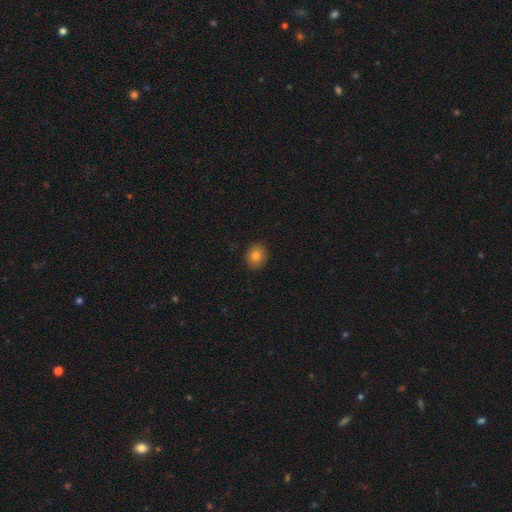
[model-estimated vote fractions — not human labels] smooth_or_featured: smooth (p=0.82) [alt: star or artifact p=0.10]
how_rounded: round (p=0.66) [alt: in between p=0.33]
merging: none (p=0.89) [alt: minor disturbance p=0.08]